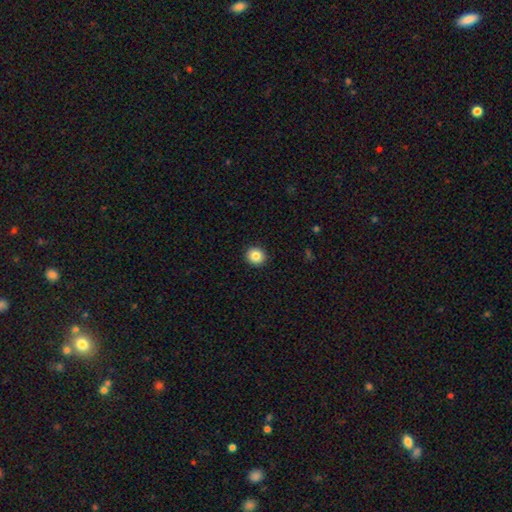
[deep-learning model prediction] This appears to be a smooth galaxy with no disk features (84%) that is round (89%). Merging: none (93%).